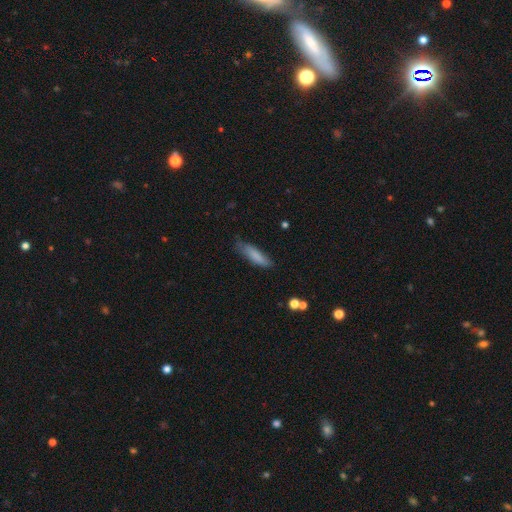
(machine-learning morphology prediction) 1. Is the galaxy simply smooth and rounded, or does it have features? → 81% smooth, 12% featured or disk, 7% star or artifact.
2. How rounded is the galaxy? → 69% cigar-shaped, 30% in between, 2% round.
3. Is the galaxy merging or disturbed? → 69% none, 24% minor disturbance, 5% major disturbance, 2% merger.